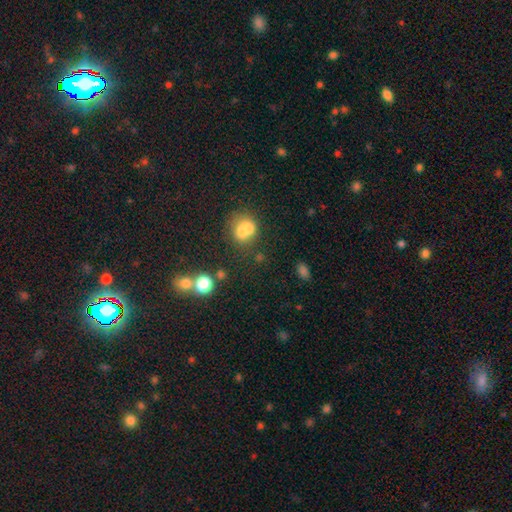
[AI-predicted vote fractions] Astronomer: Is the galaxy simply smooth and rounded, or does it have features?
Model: smooth — 59%.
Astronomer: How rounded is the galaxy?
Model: round — 68%.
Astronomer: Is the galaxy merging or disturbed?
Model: none — 49% (runner-up: merger, 35%).